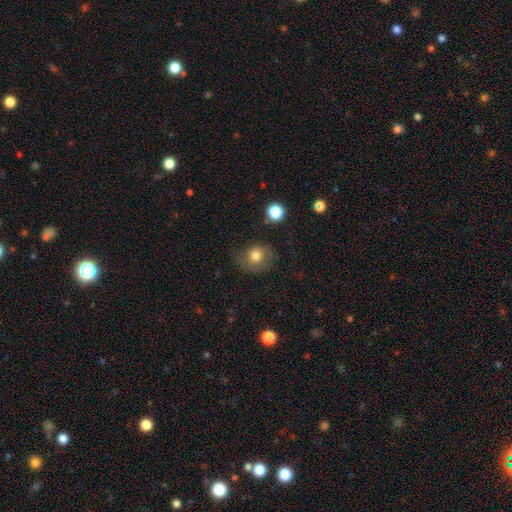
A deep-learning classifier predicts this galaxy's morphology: Overall: smooth (74%). How rounded: round (71%). Merging: none (61%; minor disturbance 23%).